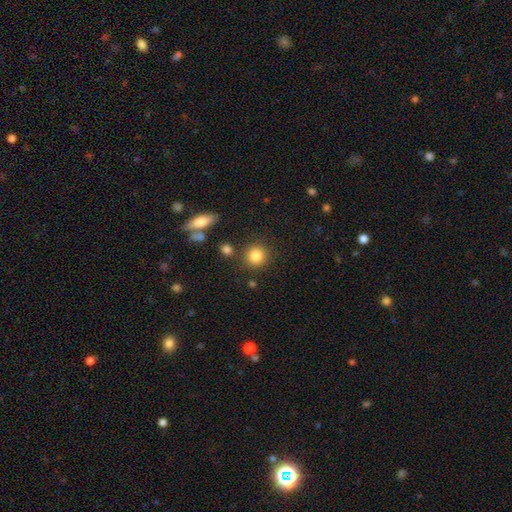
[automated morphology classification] smooth 85%, star or artifact 10%, featured or disk 5%. Down the decision tree: how rounded — round (88%); merging — none (82%).